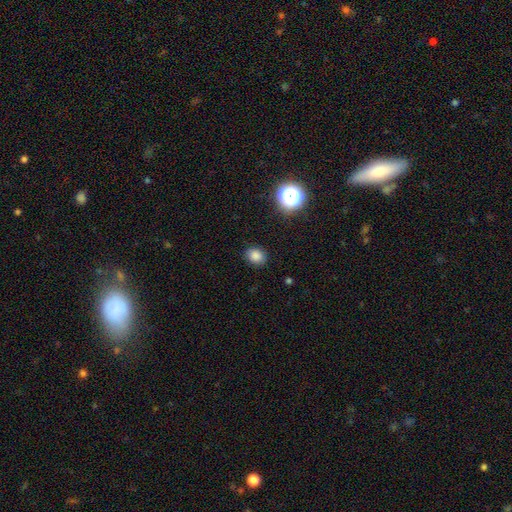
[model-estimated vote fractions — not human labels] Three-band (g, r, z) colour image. It shows a smooth galaxy with no disk features (82%) that is round (51%). Merging: none (86%).